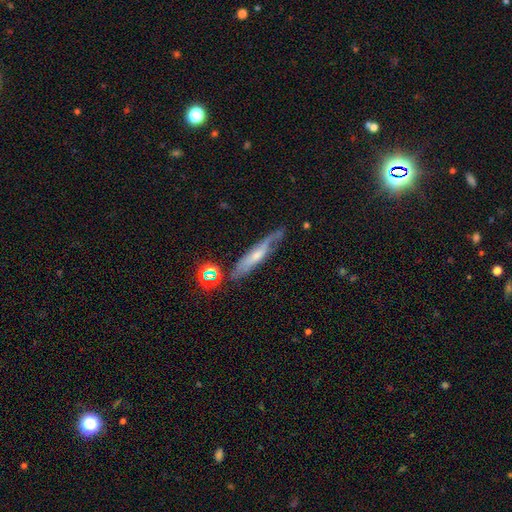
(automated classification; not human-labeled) Smooth or featured?
  - featured or disk: 52% *
  - smooth: 37%
  - star or artifact: 11%
Edge-on disk?
  - yes: 65% *
  - no: 35%
Merging?
  - none: 60% *
  - minor disturbance: 25%
  - major disturbance: 10%
  - merger: 5%